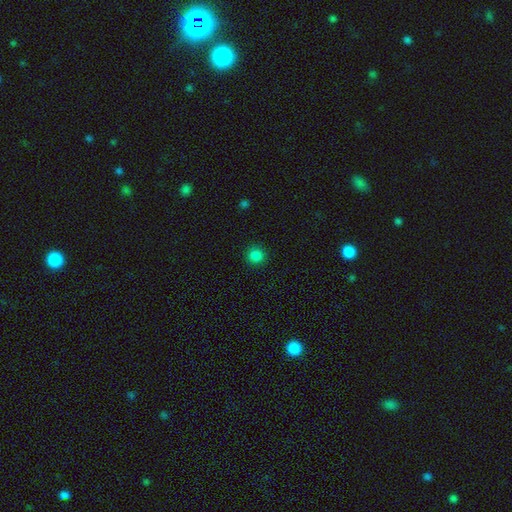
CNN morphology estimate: A smooth galaxy with no disk features (84%) that is round (93%).

Vote fractions:
- Smooth or featured? smooth: 84% / star or artifact: 13% / featured or disk: 3%
- How rounded? round: 93% / in between: 6% / cigar-shaped: 1%
- Merging? none: 92% / minor disturbance: 5% / major disturbance: 2% / merger: 1%